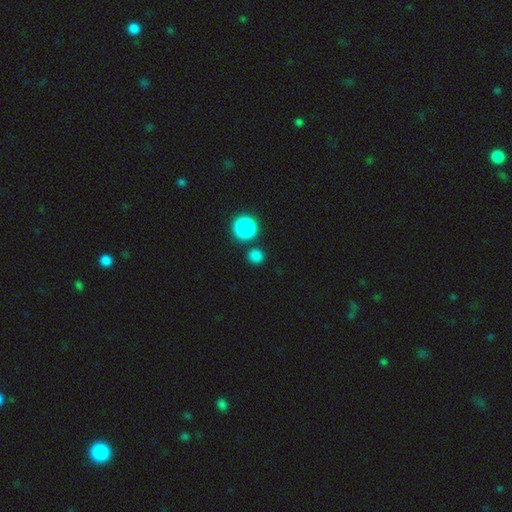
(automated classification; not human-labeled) Smooth or featured? smooth (76%)
How rounded? round (90%)
Merging? none (85%)